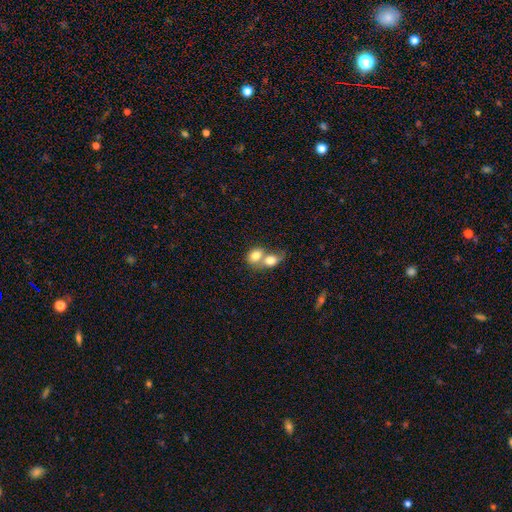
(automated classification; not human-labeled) Q: Smooth or featured?
A: smooth (77%); runner-up: featured or disk (15%)
Q: How rounded?
A: in between (53%); runner-up: round (46%)
Q: Merging?
A: merger (75%); runner-up: none (17%)